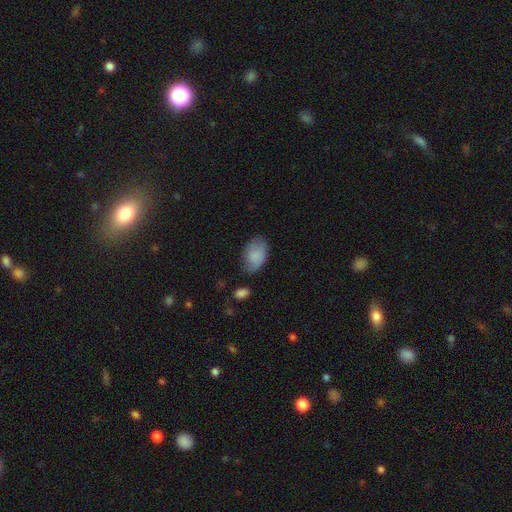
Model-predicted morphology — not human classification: smooth_or_featured: smooth (p=0.81) [alt: featured or disk p=0.12]
how_rounded: in between (p=0.91) [alt: round p=0.08]
merging: none (p=0.60) [alt: minor disturbance p=0.29]